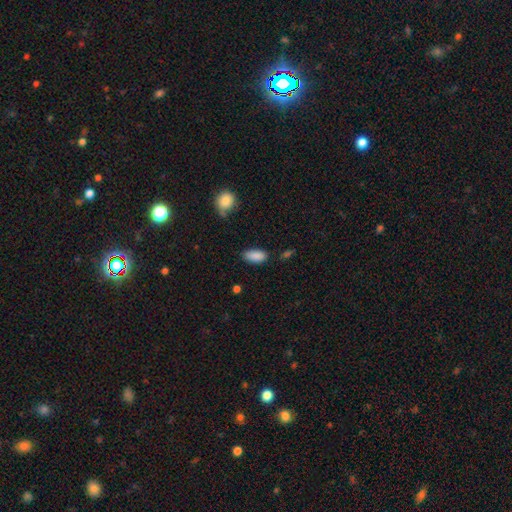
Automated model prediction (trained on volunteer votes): Smooth or featured? smooth (88%)
How rounded? in between (90%)
Merging? none (77%)